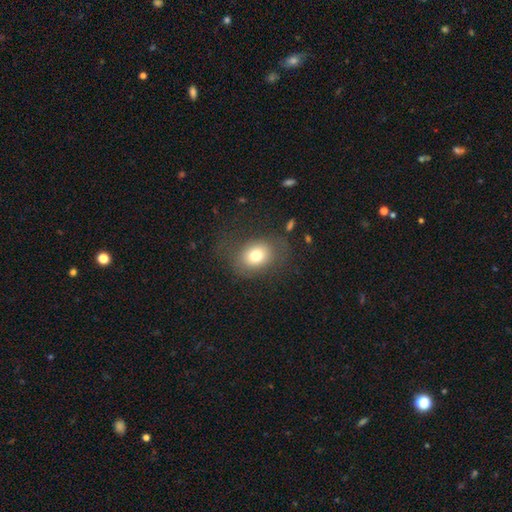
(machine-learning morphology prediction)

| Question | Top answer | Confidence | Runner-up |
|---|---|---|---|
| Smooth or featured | smooth | 75% | featured or disk (14%) |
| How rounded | in between | 58% | round (41%) |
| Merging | none | 66% | minor disturbance (18%) |